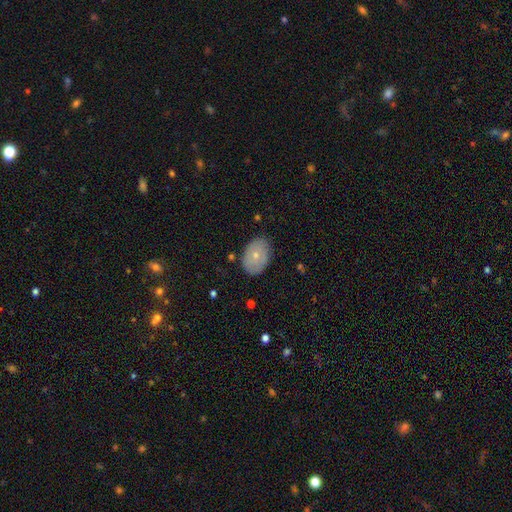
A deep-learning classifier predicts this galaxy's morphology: Overall: smooth (59%; featured or disk 34%). How rounded: in between (80%). Merging: none (82%).